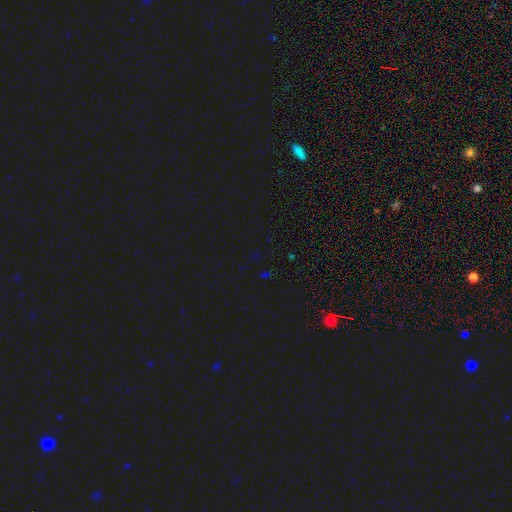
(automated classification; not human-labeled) Smooth or featured? Predicted: star or artifact (p=0.72).